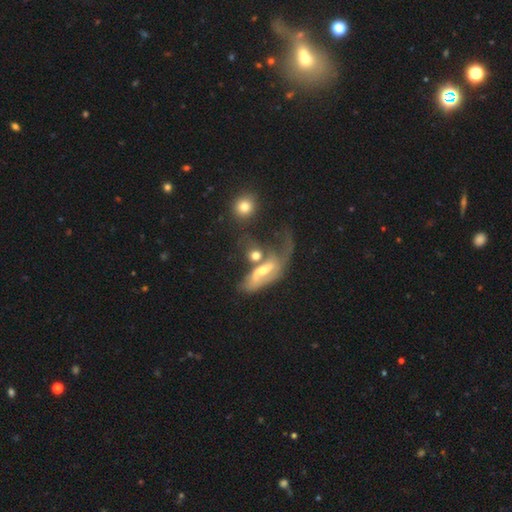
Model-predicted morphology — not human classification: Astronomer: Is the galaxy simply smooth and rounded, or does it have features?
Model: featured or disk — 55% (runner-up: smooth, 36%).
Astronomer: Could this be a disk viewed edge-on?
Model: no — 88%.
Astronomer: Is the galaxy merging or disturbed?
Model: merger — 47% (runner-up: major disturbance, 30%).